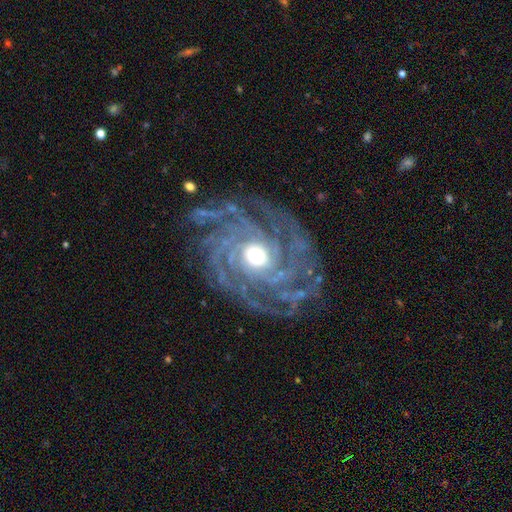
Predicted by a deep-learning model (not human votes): Smooth or featured? featured or disk (92%)
Edge-on disk? no (97%)
Bar? no (71%)
Spiral arms? yes (98%)
Spiral winding? tight (75%)
Spiral arm count? more than 4 (32%)
Bulge size? moderate (65%)
Merging? none (78%)